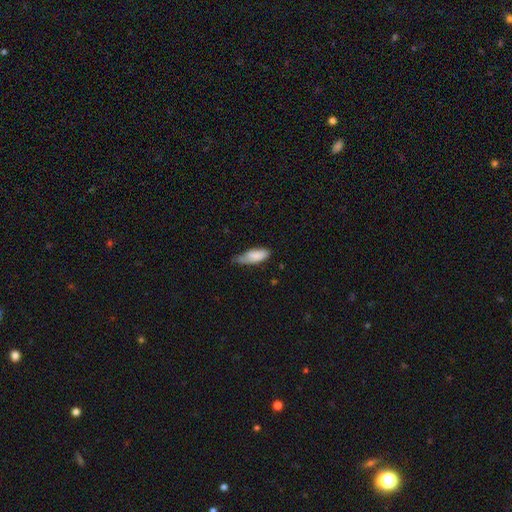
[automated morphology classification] smooth 83%, featured or disk 11%, star or artifact 6%. Down the decision tree: how rounded — in between (73%); merging — minor disturbance (50%).